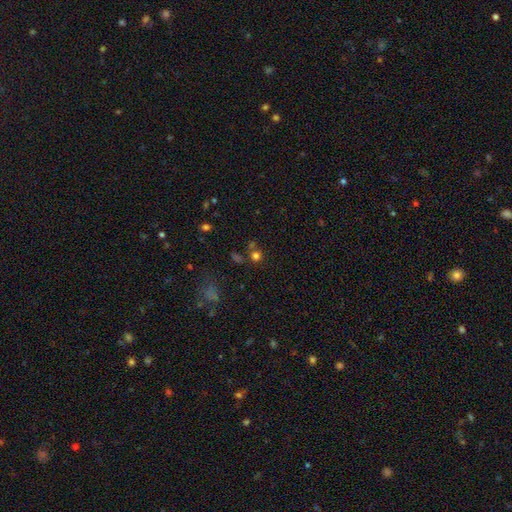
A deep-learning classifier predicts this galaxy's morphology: smooth_or_featured: smooth (p=0.68) [alt: star or artifact p=0.25]
how_rounded: round (p=0.88) [alt: in between p=0.11]
merging: none (p=0.67) [alt: merger p=0.19]